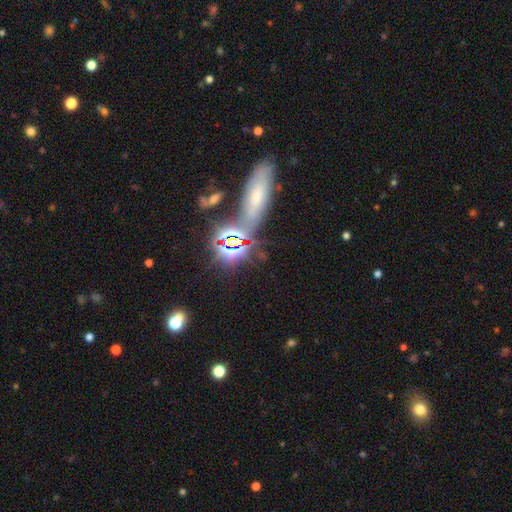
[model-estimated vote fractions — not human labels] A star or artifact, not a galaxy (44%).

Vote fractions:
- Smooth or featured? star or artifact: 44% / smooth: 29% / featured or disk: 27%